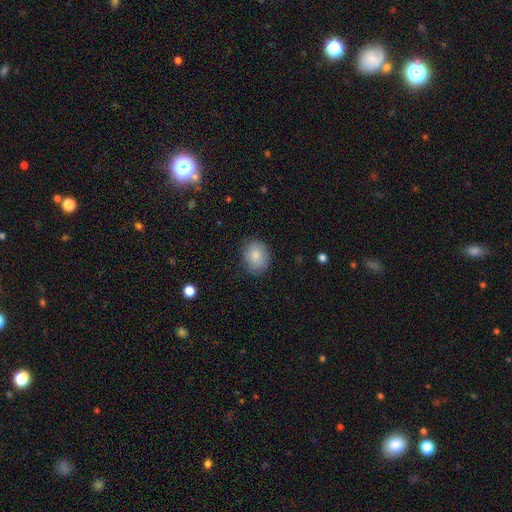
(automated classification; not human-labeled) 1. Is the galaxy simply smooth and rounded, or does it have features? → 85% smooth, 8% featured or disk, 7% star or artifact.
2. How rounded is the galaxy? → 50% round, 49% in between, 1% cigar-shaped.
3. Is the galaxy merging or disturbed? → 81% none, 15% minor disturbance, 3% major disturbance, 1% merger.